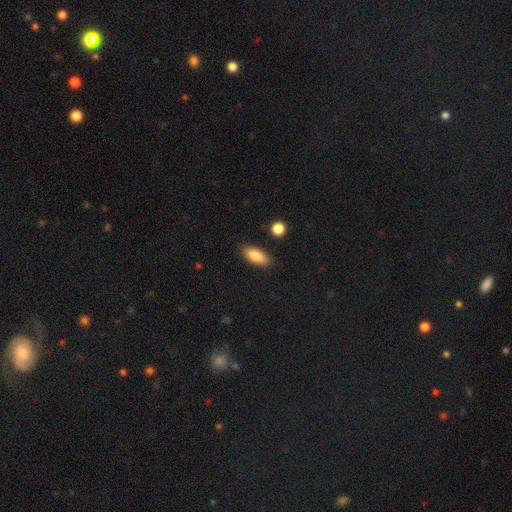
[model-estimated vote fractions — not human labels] Smooth or featured?
  - smooth: 86% *
  - featured or disk: 8%
  - star or artifact: 7%
How rounded?
  - in between: 84% *
  - cigar-shaped: 14%
  - round: 3%
Merging?
  - none: 86% *
  - minor disturbance: 10%
  - major disturbance: 2%
  - merger: 2%